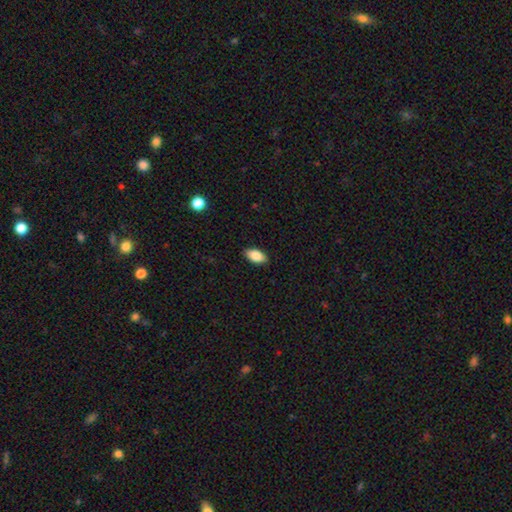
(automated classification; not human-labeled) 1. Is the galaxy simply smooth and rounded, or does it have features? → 84% smooth, 9% featured or disk, 7% star or artifact.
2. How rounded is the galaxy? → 92% in between, 4% cigar-shaped, 4% round.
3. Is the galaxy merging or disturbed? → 89% none, 8% minor disturbance, 2% major disturbance, 1% merger.